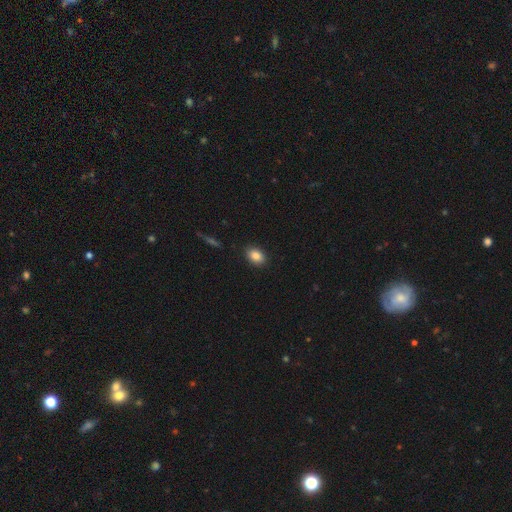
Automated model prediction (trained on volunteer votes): Smooth or featured: smooth — 87% (star or artifact — 8%)
How rounded: in between — 79% (round — 19%)
Merging: none — 88% (minor disturbance — 8%)